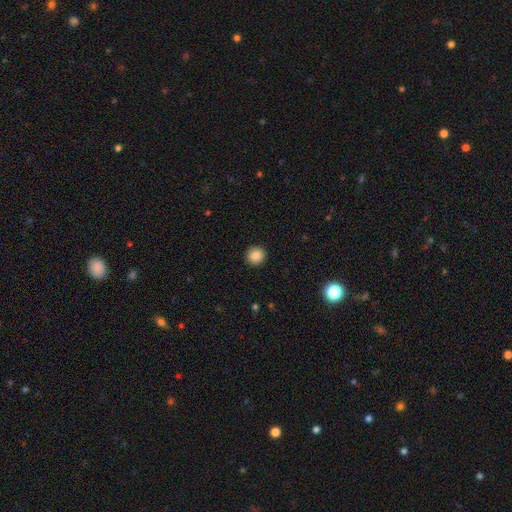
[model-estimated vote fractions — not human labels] smooth_or_featured: smooth (p=0.87) [alt: star or artifact p=0.09]
how_rounded: round (p=0.94) [alt: in between p=0.05]
merging: none (p=0.93) [alt: minor disturbance p=0.05]